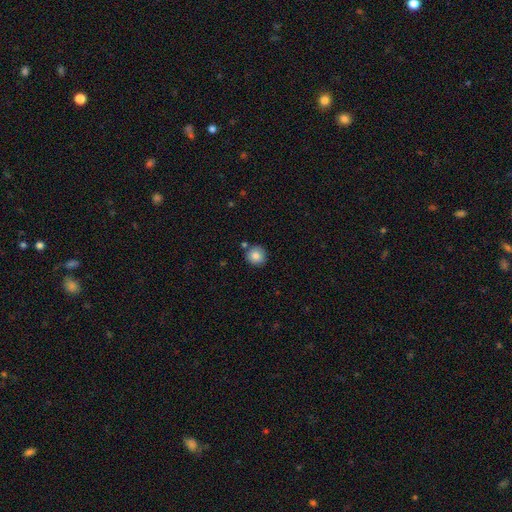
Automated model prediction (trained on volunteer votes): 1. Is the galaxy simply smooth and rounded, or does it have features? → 85% smooth, 9% star or artifact, 7% featured or disk.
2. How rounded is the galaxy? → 92% round, 7% in between, 1% cigar-shaped.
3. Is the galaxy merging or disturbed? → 82% none, 9% minor disturbance, 7% merger, 2% major disturbance.